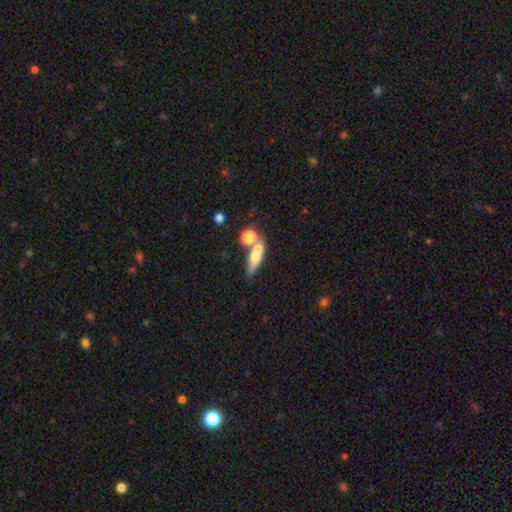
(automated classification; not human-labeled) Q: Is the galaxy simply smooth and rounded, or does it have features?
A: smooth — 57%.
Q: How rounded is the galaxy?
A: in between — 42%.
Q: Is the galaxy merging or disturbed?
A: merger — 40%.